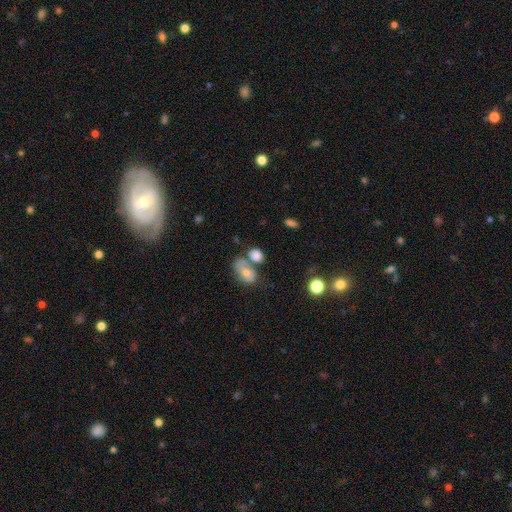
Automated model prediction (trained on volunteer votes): Smooth or featured?
  - smooth: 77% *
  - featured or disk: 12%
  - star or artifact: 11%
How rounded?
  - in between: 61% *
  - round: 37%
  - cigar-shaped: 2%
Merging?
  - merger: 42% *
  - none: 37%
  - minor disturbance: 13%
  - major disturbance: 7%